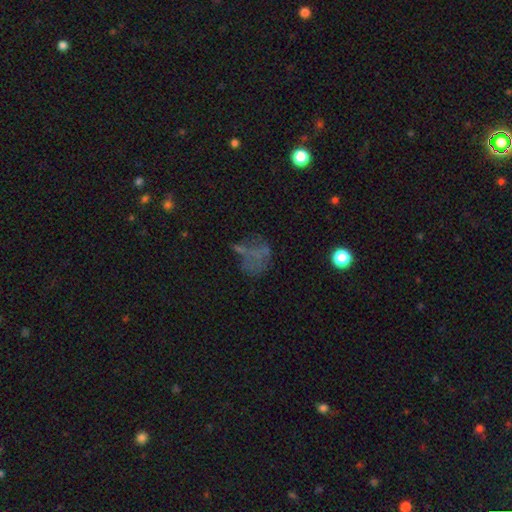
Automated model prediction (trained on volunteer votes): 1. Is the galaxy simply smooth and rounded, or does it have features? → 40% smooth, 33% featured or disk, 26% star or artifact.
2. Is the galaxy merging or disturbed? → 43% none, 28% major disturbance, 19% minor disturbance, 10% merger.